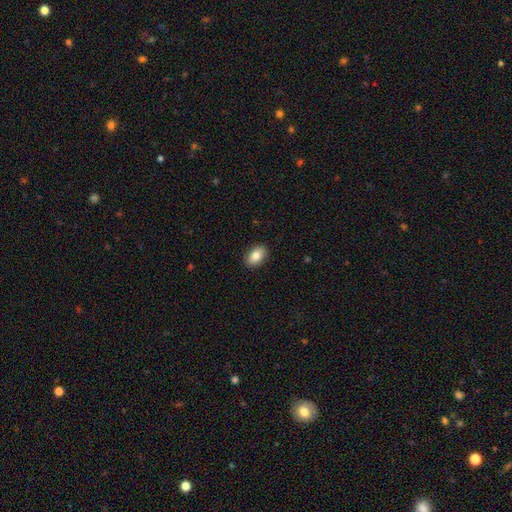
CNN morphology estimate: type=smooth (84%); roundness=in between (90%); merging=none (89%).